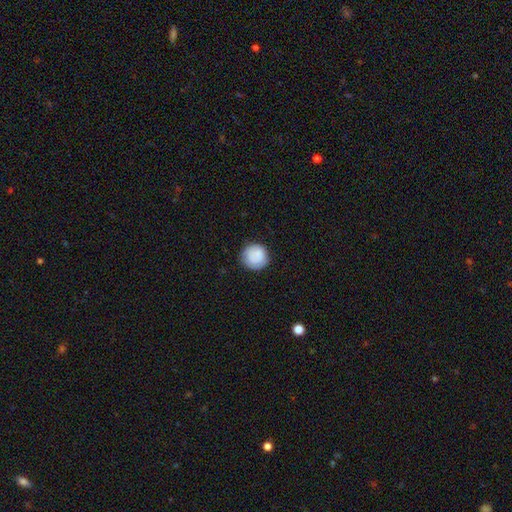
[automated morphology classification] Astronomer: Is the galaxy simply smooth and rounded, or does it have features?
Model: smooth — 79%.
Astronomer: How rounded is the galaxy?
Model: round — 92%.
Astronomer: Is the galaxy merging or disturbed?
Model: none — 82%.